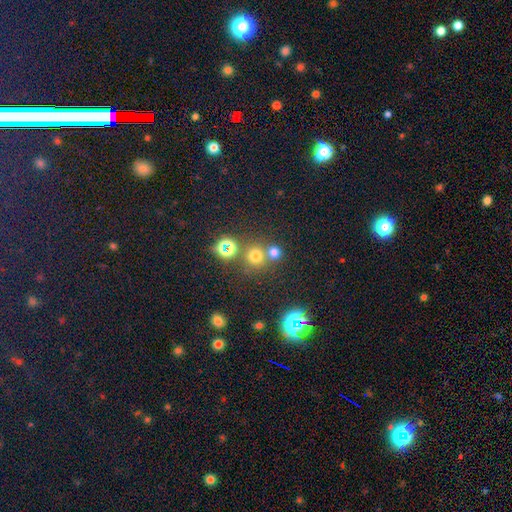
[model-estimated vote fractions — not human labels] This appears to be a smooth galaxy with no disk features (64%) that is round (90%). Merging: none (64%).